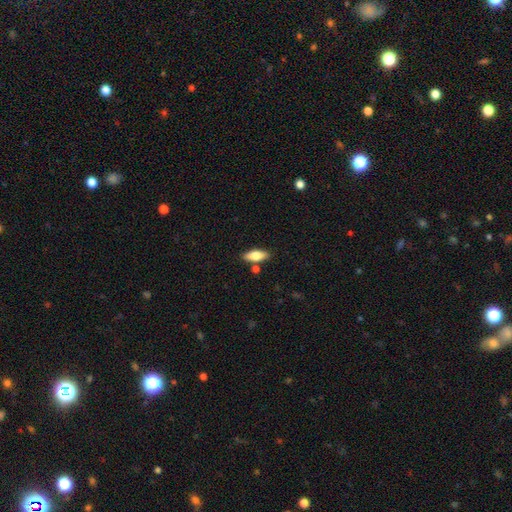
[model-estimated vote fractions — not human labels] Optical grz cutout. It shows a smooth galaxy with no disk features (73%) that is in between round and cigar-shaped (75%). Merging: none (82%).